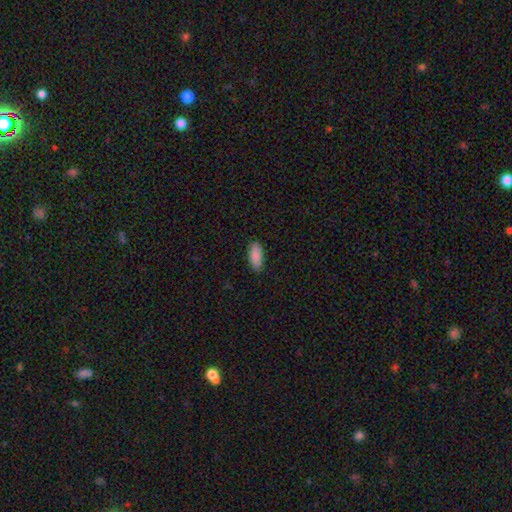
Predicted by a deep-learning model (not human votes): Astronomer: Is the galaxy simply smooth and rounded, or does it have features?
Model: smooth — 88%.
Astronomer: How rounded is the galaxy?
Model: in between — 83%.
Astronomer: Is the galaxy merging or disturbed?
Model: none — 89%.